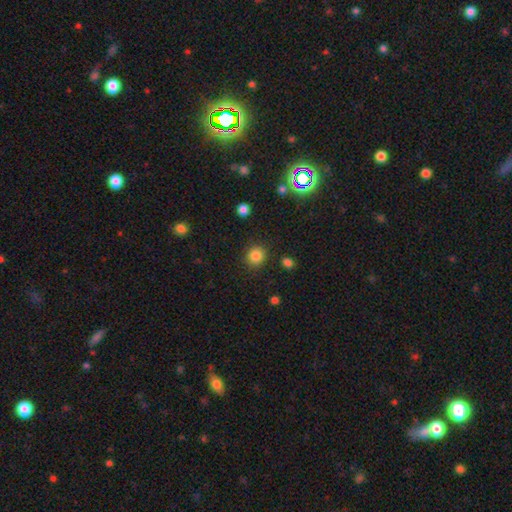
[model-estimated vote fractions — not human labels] Smooth or featured? Predicted: smooth (p=0.83). How rounded? Predicted: round (p=0.87). Merging? Predicted: none (p=0.87).